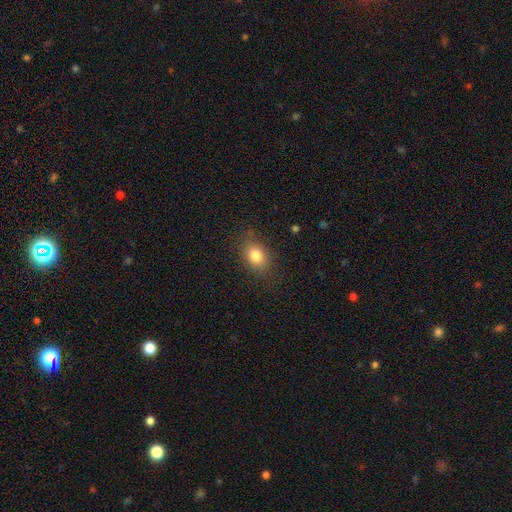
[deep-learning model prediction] Q: Smooth or featured?
A: smooth (82%); runner-up: star or artifact (10%)
Q: How rounded?
A: in between (63%); runner-up: round (35%)
Q: Merging?
A: none (81%); runner-up: minor disturbance (14%)